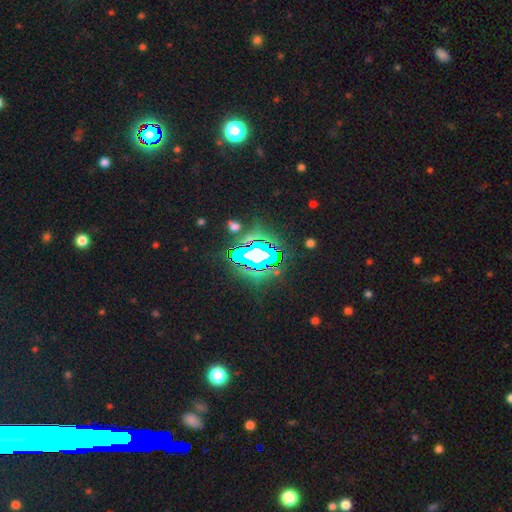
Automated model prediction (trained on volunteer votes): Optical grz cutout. It shows a star or artifact, not a galaxy (75%).